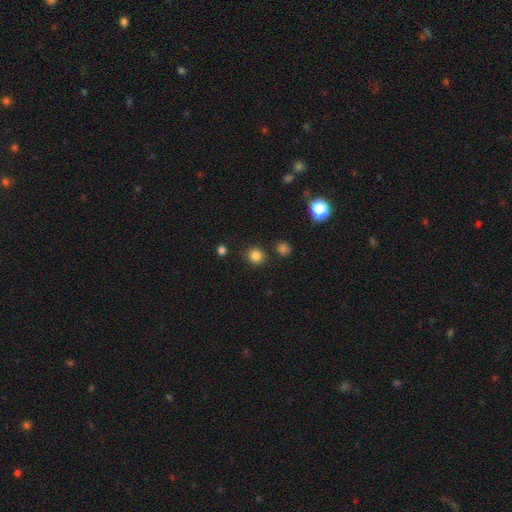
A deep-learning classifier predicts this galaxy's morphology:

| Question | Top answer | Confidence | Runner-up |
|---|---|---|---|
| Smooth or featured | smooth | 83% | star or artifact (12%) |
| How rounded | round | 88% | in between (11%) |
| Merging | none | 86% | minor disturbance (7%) |